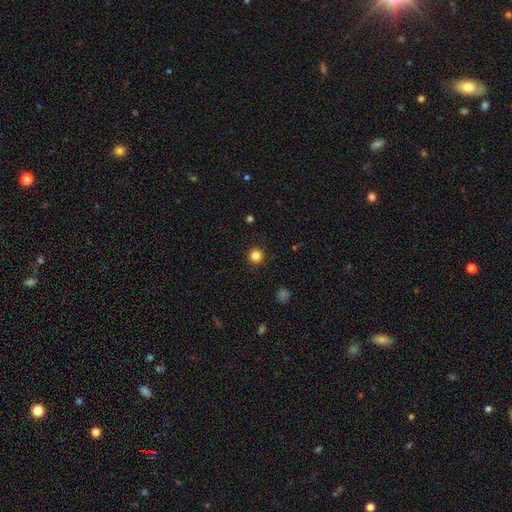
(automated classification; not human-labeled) This appears to be a smooth galaxy with no disk features (84%) that is round (95%). Merging: none (92%).